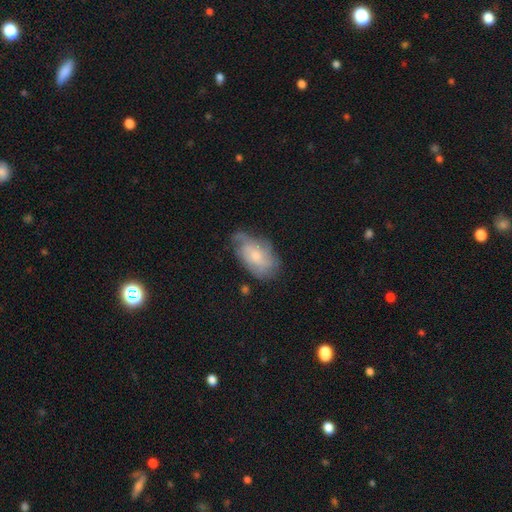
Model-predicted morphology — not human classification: The model was most divided on "bulge size": small: 54%, moderate: 38%, none: 4%, large: 3%, dominant: 1%. More confident: edge-on disk — no (94%); spiral arms — yes (79%); bar — no (72%); smooth or featured — featured or disk (56%); merging — none (53%).